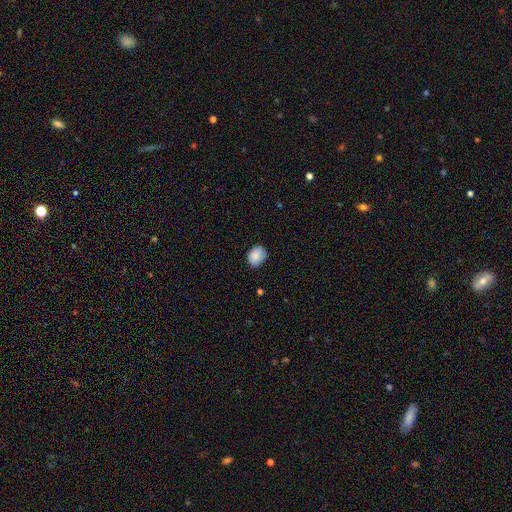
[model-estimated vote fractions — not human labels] Morphology: type=smooth (84%); roundness=in between (55%); merging=none (69%).